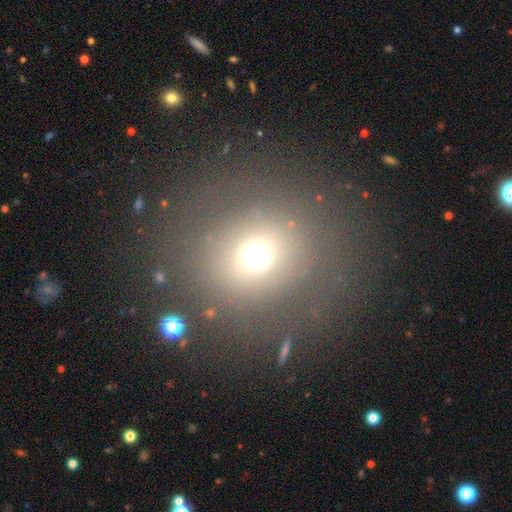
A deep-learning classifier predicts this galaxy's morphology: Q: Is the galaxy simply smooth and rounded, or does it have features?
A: smooth — 66%.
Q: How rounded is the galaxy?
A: round — 83%.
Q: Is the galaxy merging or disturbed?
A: none — 78%.